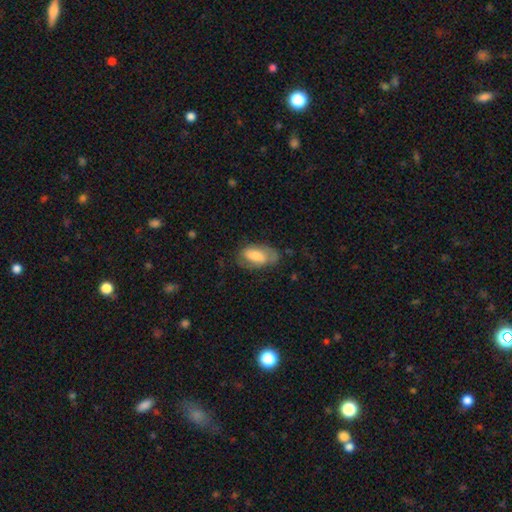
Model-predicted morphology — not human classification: Smooth or featured: smooth — 60% (featured or disk — 34%)
How rounded: in between — 91% (round — 4%)
Merging: none — 56% (minor disturbance — 28%)